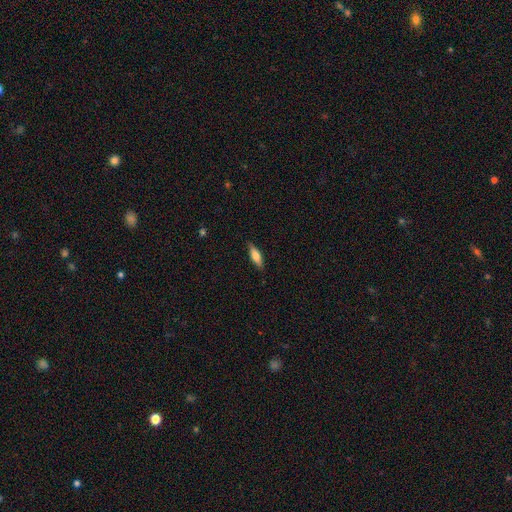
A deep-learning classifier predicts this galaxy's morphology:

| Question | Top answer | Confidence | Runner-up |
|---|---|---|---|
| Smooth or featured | smooth | 67% | featured or disk (26%) |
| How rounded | cigar-shaped | 51% | in between (46%) |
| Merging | none | 85% | minor disturbance (12%) |